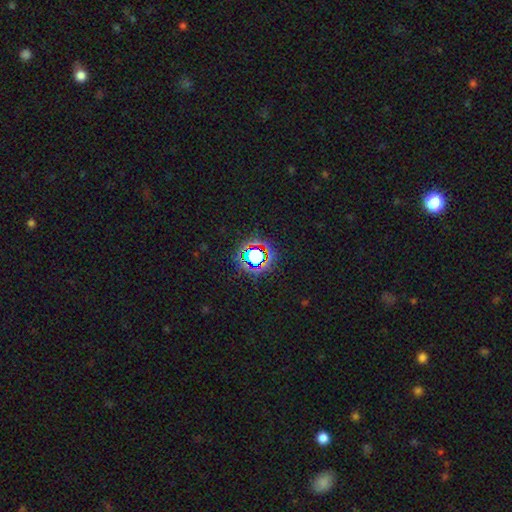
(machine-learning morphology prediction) Smooth or featured: star or artifact — 67% (smooth — 22%)